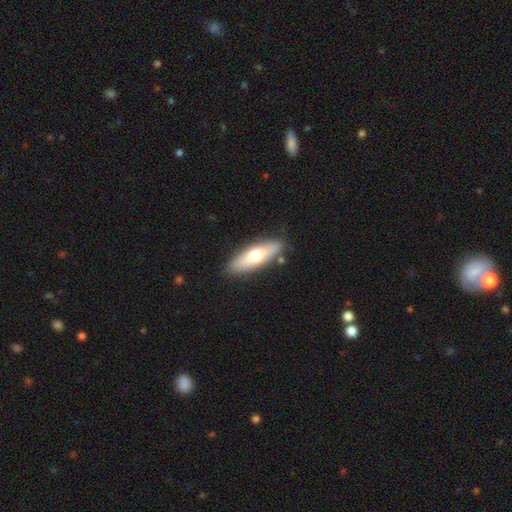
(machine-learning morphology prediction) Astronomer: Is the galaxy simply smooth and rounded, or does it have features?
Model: smooth — 60%.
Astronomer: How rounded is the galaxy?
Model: in between — 53% (runner-up: cigar-shaped, 44%).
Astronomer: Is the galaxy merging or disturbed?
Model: none — 83%.